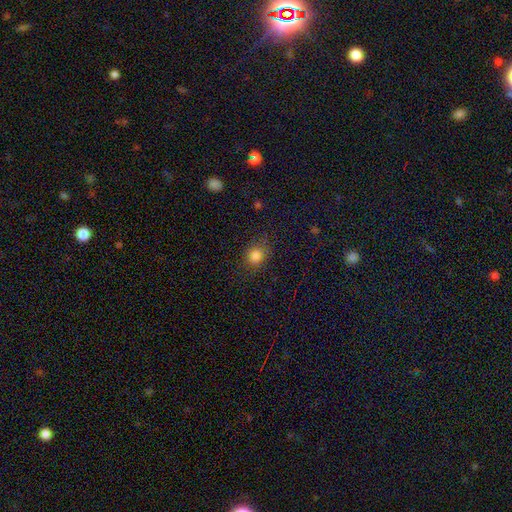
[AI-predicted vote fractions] Smooth or featured?
  - smooth: 84% *
  - star or artifact: 12%
  - featured or disk: 5%
How rounded?
  - round: 69% *
  - in between: 30%
  - cigar-shaped: 1%
Merging?
  - none: 78% *
  - minor disturbance: 15%
  - major disturbance: 5%
  - merger: 1%